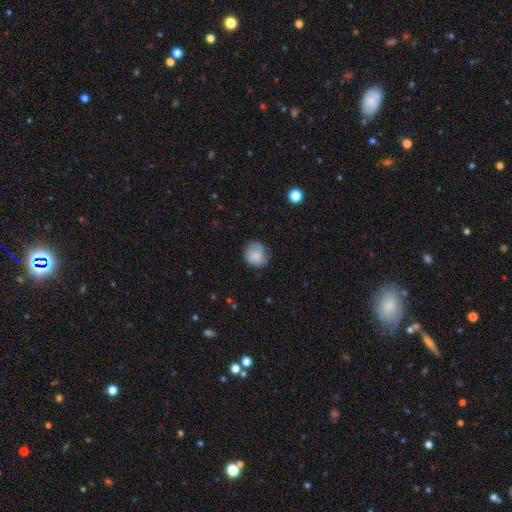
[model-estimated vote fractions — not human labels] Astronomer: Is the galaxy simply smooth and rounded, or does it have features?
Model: smooth — 77%.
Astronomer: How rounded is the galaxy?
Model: round — 75%.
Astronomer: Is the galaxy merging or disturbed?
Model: none — 62%.